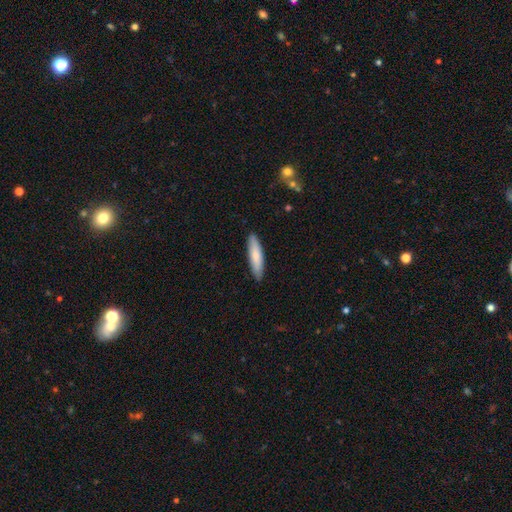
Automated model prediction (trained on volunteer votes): smooth-or-featured: smooth: 78% | featured or disk: 16% | star or artifact: 5%
  how-rounded: cigar-shaped: 77% | in between: 22% | round: 1%
  merging: none: 88% | minor disturbance: 9% | major disturbance: 2% | merger: 1%